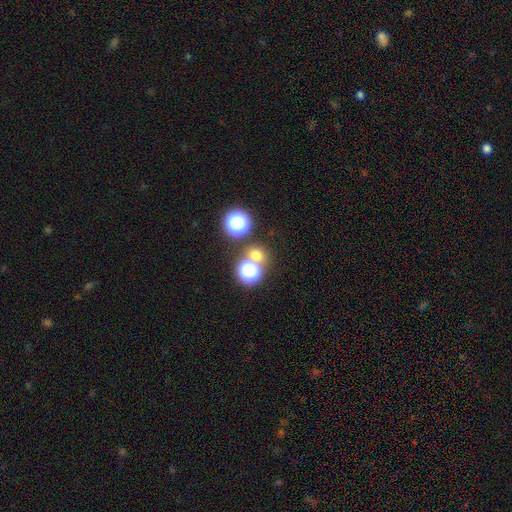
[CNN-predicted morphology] A smooth galaxy with no disk features (62%) that is round (84%).

Vote fractions:
- Smooth or featured? smooth: 62% / star or artifact: 31% / featured or disk: 7%
- How rounded? round: 84% / in between: 15% / cigar-shaped: 1%
- Merging? none: 66% / merger: 24% / minor disturbance: 7% / major disturbance: 3%